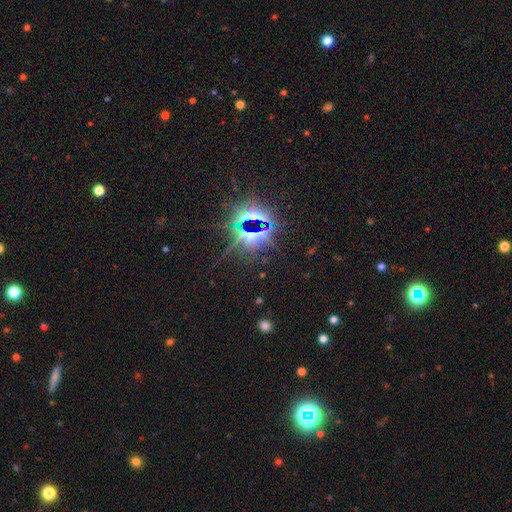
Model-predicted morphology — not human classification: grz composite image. It shows a star or artifact, not a galaxy (81%).